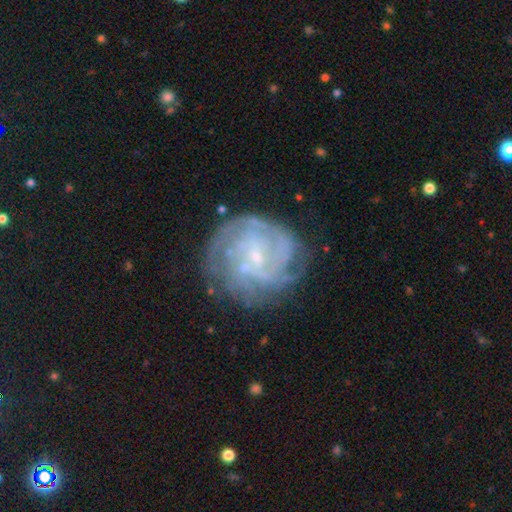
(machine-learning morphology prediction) This appears to be a featured or disk galaxy (79%) with no bar (47%), tight (64%) spiral arms (87%) and a small central bulge (69%). Merging: none (69%).